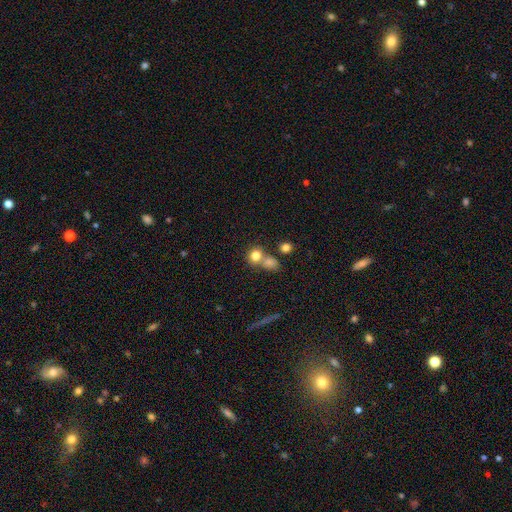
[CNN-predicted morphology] type=smooth (78%); roundness=round (82%); merging=none (47%).